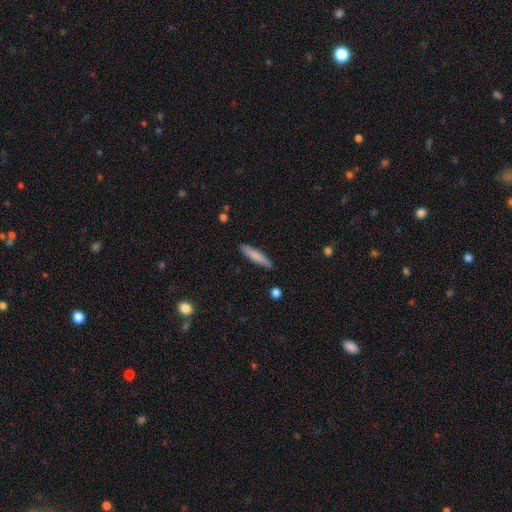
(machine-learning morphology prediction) smooth-or-featured: smooth: 79% | featured or disk: 15% | star or artifact: 6%
  how-rounded: cigar-shaped: 88% | in between: 11% | round: 1%
  merging: none: 87% | minor disturbance: 9% | major disturbance: 2% | merger: 1%